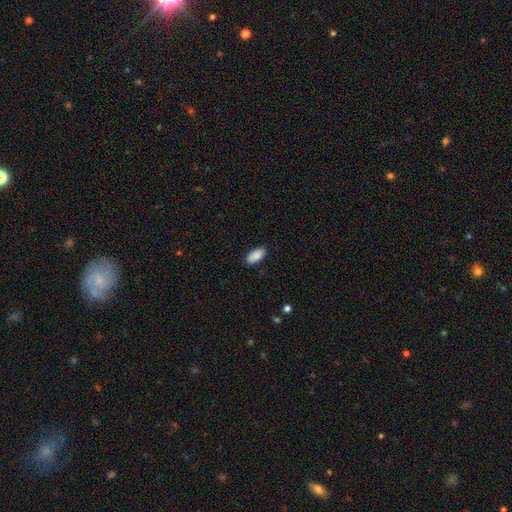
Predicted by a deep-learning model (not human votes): Morphology: type=smooth (89%); roundness=in between (91%); merging=none (89%).